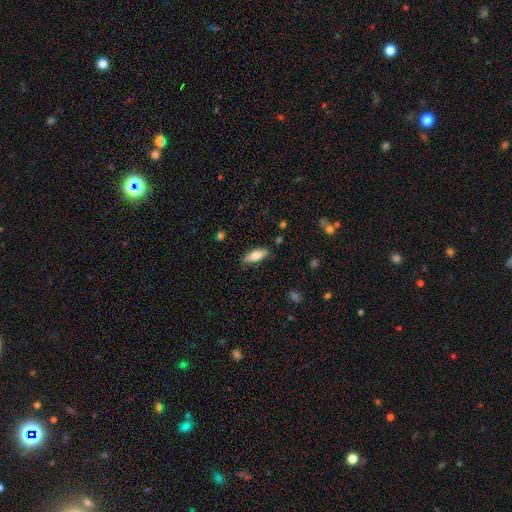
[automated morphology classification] Smooth or featured: smooth — 72% (featured or disk — 22%)
How rounded: in between — 64% (cigar-shaped — 34%)
Merging: none — 85% (minor disturbance — 11%)